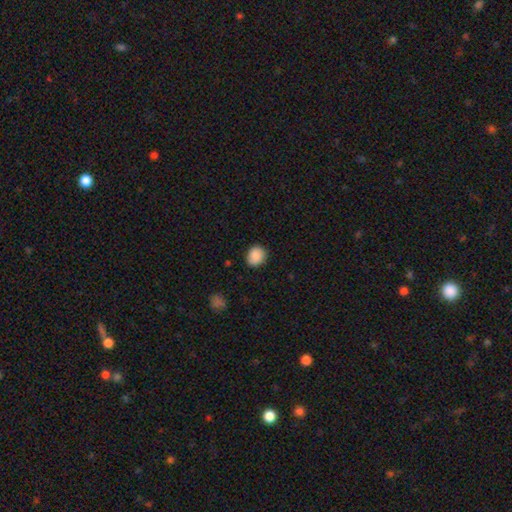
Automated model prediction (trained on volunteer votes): Smooth or featured?
  - smooth: 88% *
  - star or artifact: 8%
  - featured or disk: 4%
How rounded?
  - round: 74% *
  - in between: 25%
  - cigar-shaped: 1%
Merging?
  - none: 84% *
  - minor disturbance: 12%
  - major disturbance: 3%
  - merger: 1%